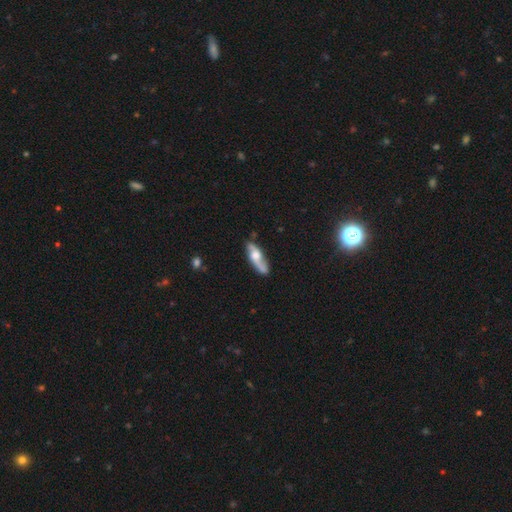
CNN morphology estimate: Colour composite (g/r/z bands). It shows a featured or disk galaxy (64%). Merging: none (75%).